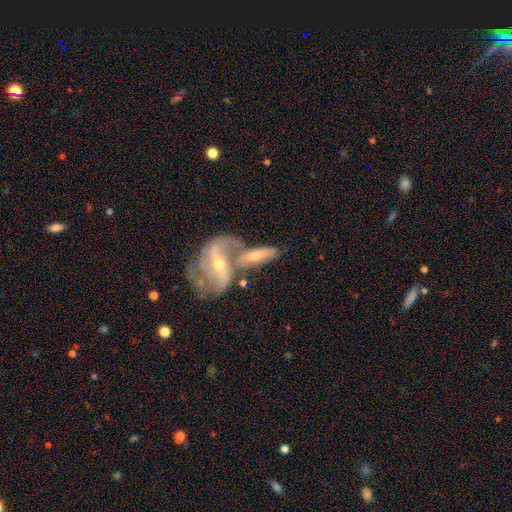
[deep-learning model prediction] featured or disk 65%, smooth 29%, star or artifact 6%. Down the decision tree: edge-on disk — no (75%); merging — merger (51%).